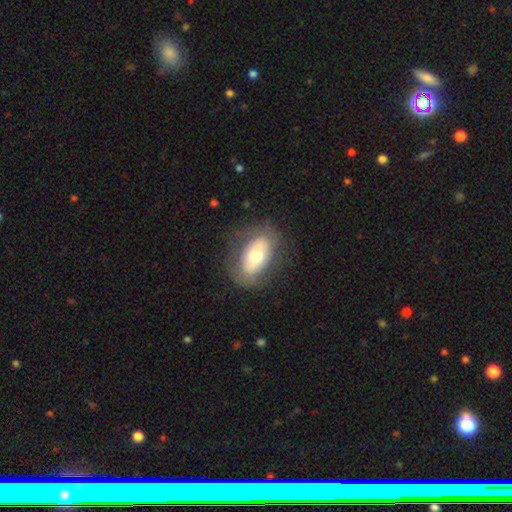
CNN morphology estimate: The model was most divided on "smooth or featured": smooth: 58%, featured or disk: 35%, star or artifact: 7%. More confident: how rounded — in between (87%); merging — none (76%).